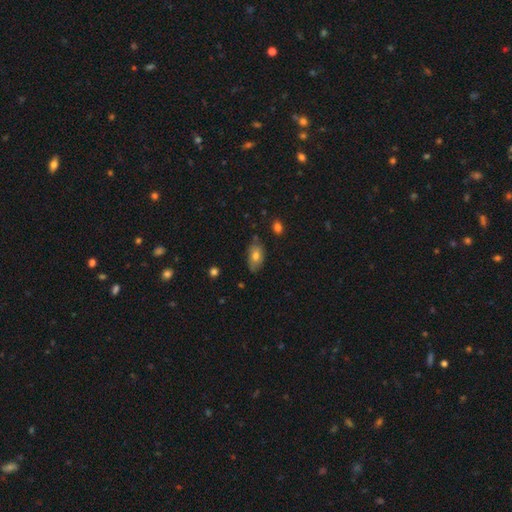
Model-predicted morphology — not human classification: Smooth or featured? Predicted: smooth (p=0.73). How rounded? Predicted: in between (p=0.89). Merging? Predicted: none (p=0.68).